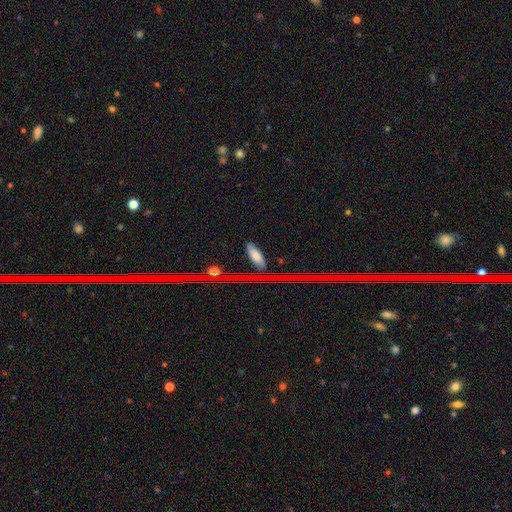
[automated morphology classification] This is likely a smooth galaxy (71%). How rounded: likely in between (70%). Merging: likely none (76%).